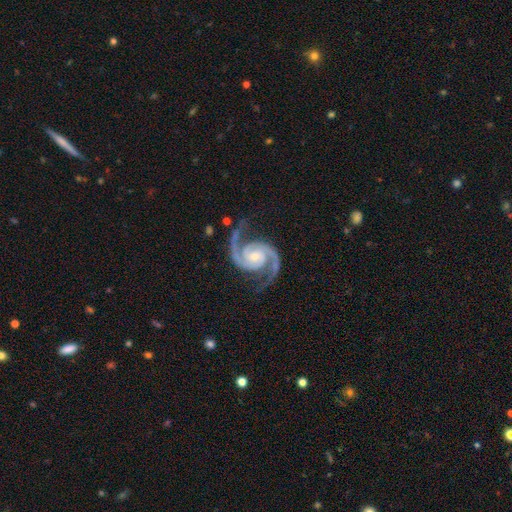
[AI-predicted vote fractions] The model was most divided on "bulge size": small: 51%, moderate: 40%, none: 4%, large: 4%, dominant: 1%. More confident: spiral arms — yes (99%); edge-on disk — no (98%); spiral arm count — 2 (94%); smooth or featured — featured or disk (94%); merging — none (82%); spiral winding — medium (63%); bar — no (57%).